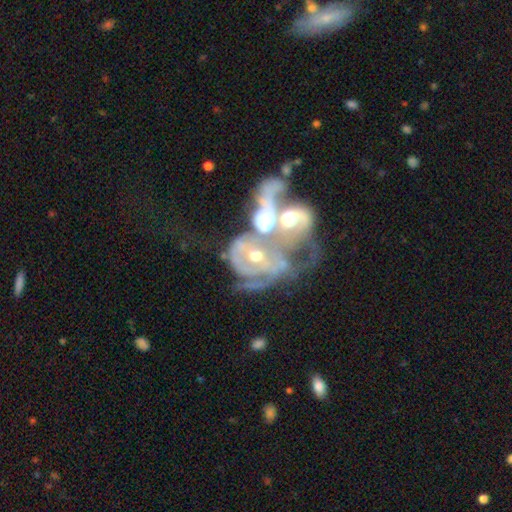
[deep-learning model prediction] A featured or disk galaxy (72%) with no bar (76%), spiral arms (61%) and a moderate central bulge (61%). Merging: merger (69%).